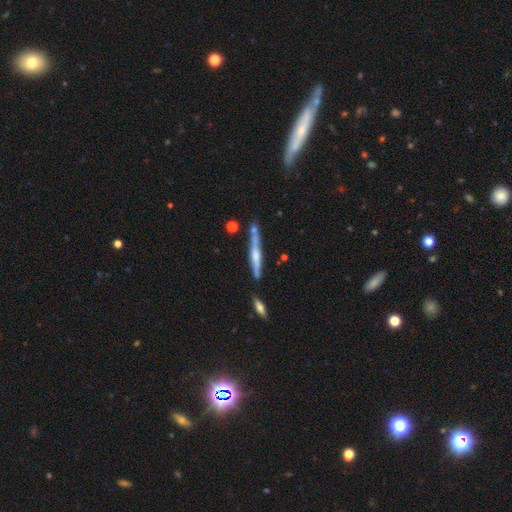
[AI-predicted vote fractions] featured or disk 58%, smooth 36%, star or artifact 6%. Down the decision tree: edge-on disk — yes (96%); edge-on bulge — rounded (62%); merging — none (70%).